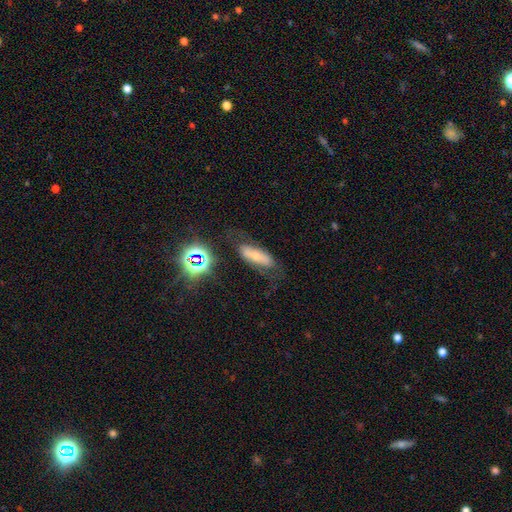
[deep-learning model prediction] Overall: smooth (47%; featured or disk 39%). Merging: none (60%; minor disturbance 22%).